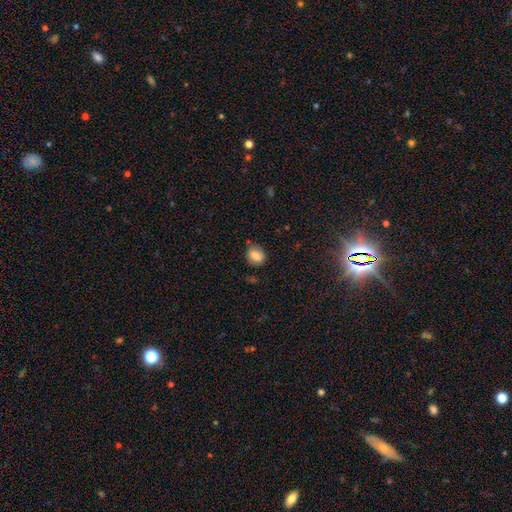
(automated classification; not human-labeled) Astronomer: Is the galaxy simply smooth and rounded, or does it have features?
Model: smooth — 77%.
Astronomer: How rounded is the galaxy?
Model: round — 50% (runner-up: in between, 49%).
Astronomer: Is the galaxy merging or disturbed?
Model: none — 72%.